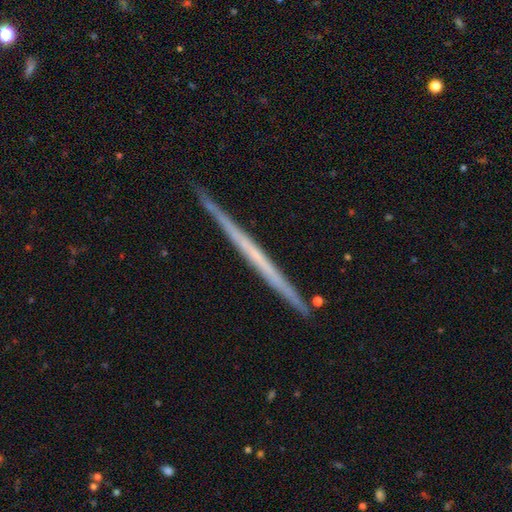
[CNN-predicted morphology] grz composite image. It shows a featured or disk galaxy (64%) viewed edge-on (98%) with no central bulge (92%). Merging: none (90%).